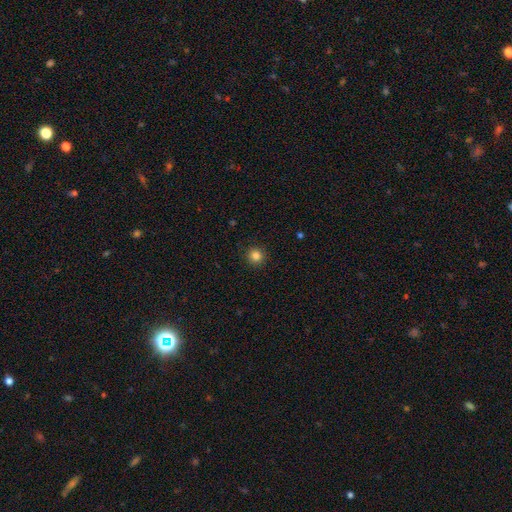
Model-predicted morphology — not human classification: A smooth galaxy with no disk features (84%) that is round (94%).

Vote fractions:
- Smooth or featured? smooth: 84% / star or artifact: 12% / featured or disk: 4%
- How rounded? round: 94% / in between: 5% / cigar-shaped: 1%
- Merging? none: 91% / minor disturbance: 6% / major disturbance: 2% / merger: 1%